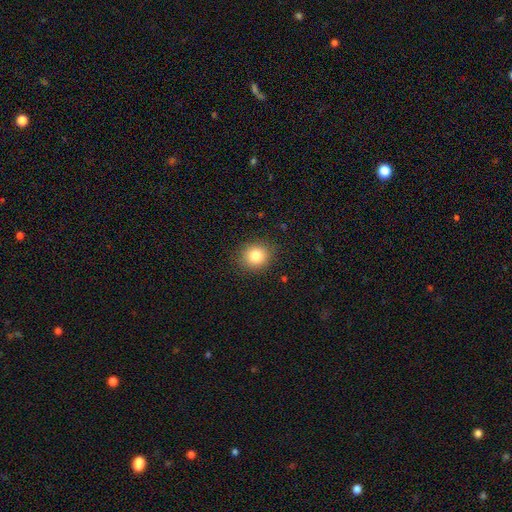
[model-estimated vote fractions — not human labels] smooth-or-featured: smooth: 81% | star or artifact: 11% | featured or disk: 7%
  how-rounded: round: 83% | in between: 16% | cigar-shaped: 1%
  merging: none: 88% | minor disturbance: 8% | major disturbance: 3% | merger: 1%